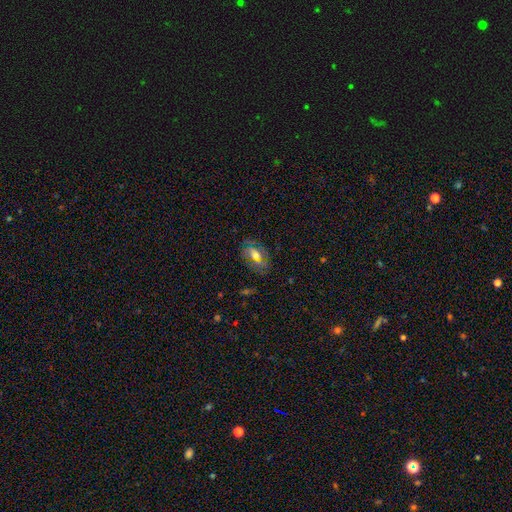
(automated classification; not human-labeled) Smooth or featured? Predicted: smooth (p=0.48). Merging? Predicted: none (p=0.73).